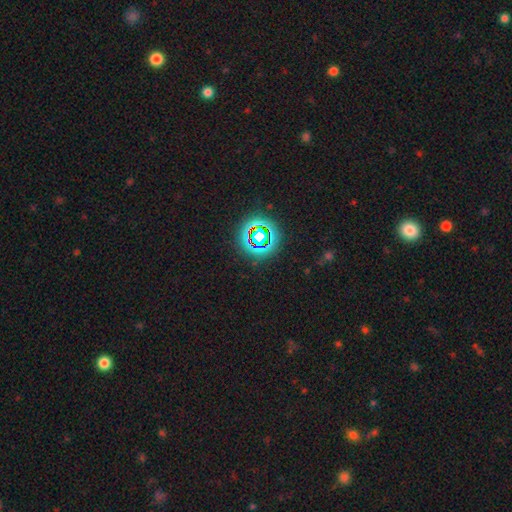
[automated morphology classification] This appears to be a star or artifact, not a galaxy (54%).